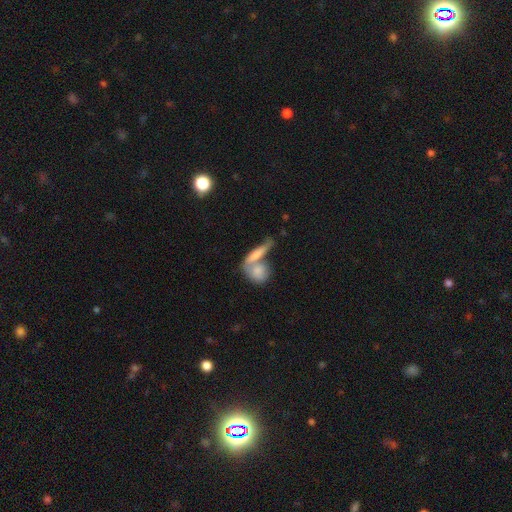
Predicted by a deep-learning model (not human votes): smooth-or-featured: smooth: 63% | featured or disk: 27% | star or artifact: 10%
  how-rounded: in between: 45% | cigar-shaped: 41% | round: 15%
  merging: merger: 53% | none: 32% | minor disturbance: 9% | major disturbance: 6%